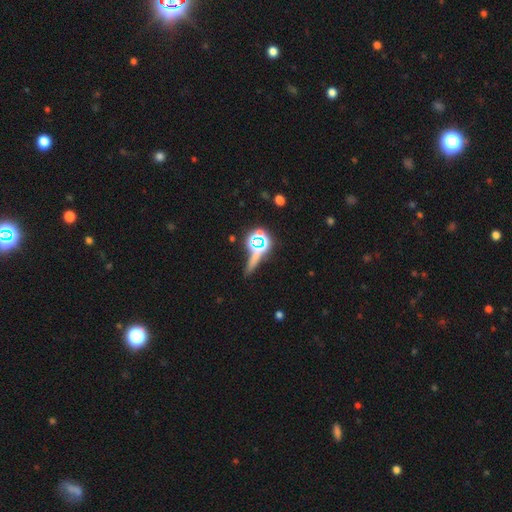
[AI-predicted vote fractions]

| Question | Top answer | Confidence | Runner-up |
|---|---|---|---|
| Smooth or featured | star or artifact | 47% | smooth (37%) |